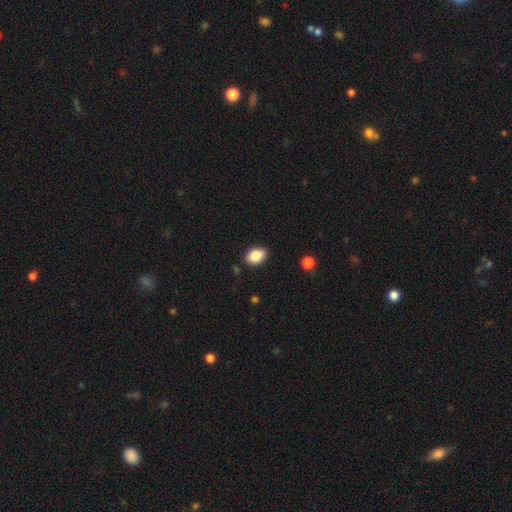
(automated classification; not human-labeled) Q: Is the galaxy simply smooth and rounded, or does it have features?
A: smooth — 87%.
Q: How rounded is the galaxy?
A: in between — 78%.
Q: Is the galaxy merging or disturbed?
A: none — 87%.